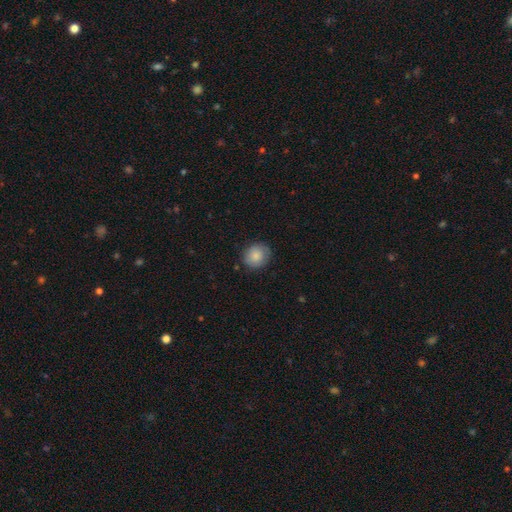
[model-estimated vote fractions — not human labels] This is clearly a smooth galaxy (82%). How rounded: clearly round (80%). Merging: clearly none (82%).